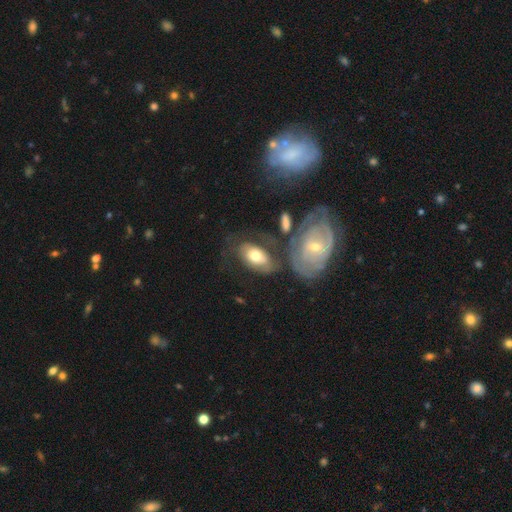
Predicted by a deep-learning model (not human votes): This is possibly a smooth galaxy (51%). How rounded: clearly in between (88%). Merging: marginally none (43%).